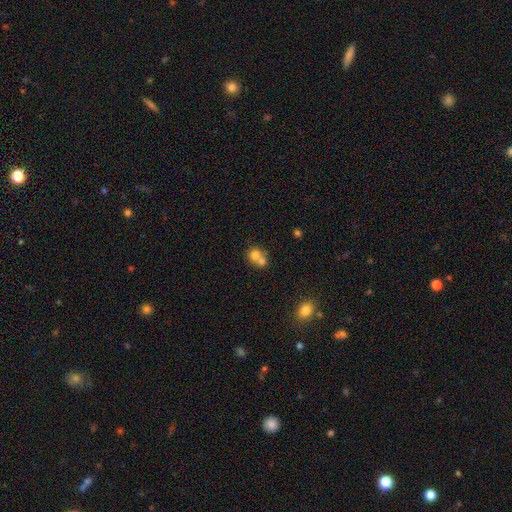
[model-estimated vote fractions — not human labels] Smooth or featured: smooth — 74% (featured or disk — 15%)
How rounded: round — 79% (in between — 20%)
Merging: merger — 59% (none — 32%)